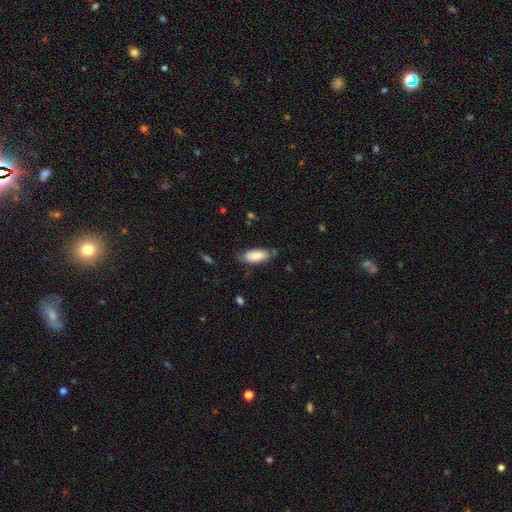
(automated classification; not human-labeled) Smooth or featured?
  - smooth: 76% *
  - featured or disk: 18%
  - star or artifact: 6%
How rounded?
  - in between: 88% *
  - cigar-shaped: 10%
  - round: 2%
Merging?
  - none: 63% *
  - minor disturbance: 27%
  - major disturbance: 7%
  - merger: 2%